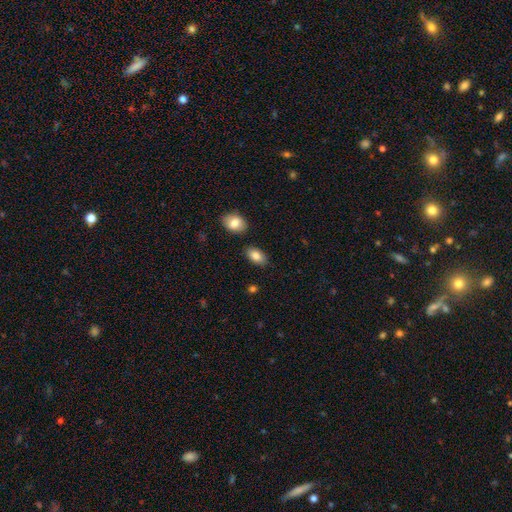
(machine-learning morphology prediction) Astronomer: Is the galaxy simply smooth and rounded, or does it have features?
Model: smooth — 84%.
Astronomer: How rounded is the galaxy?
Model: in between — 92%.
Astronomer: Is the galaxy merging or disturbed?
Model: none — 84%.